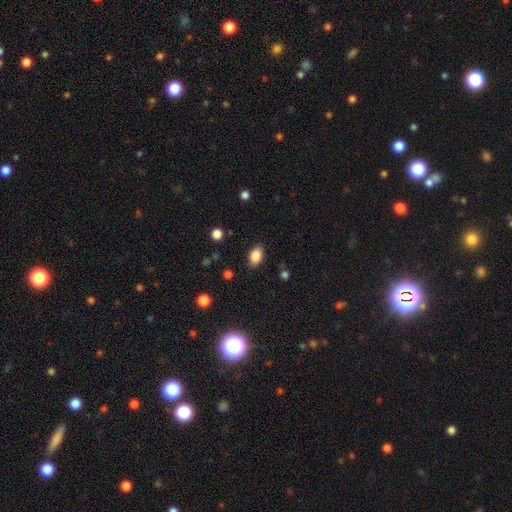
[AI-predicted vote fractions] The model was most divided on "merging": none: 86%, minor disturbance: 10%, major disturbance: 3%, merger: 1%. More confident: how rounded — in between (88%); smooth or featured — smooth (87%).